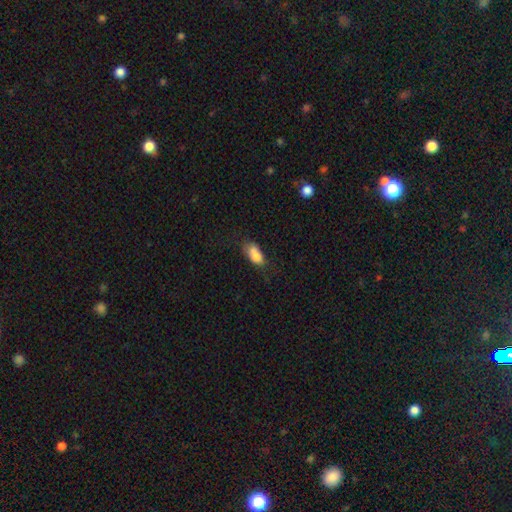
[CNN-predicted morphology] This appears to be a smooth galaxy with no disk features (76%) that is in between round and cigar-shaped (85%). Merging: none (38%).